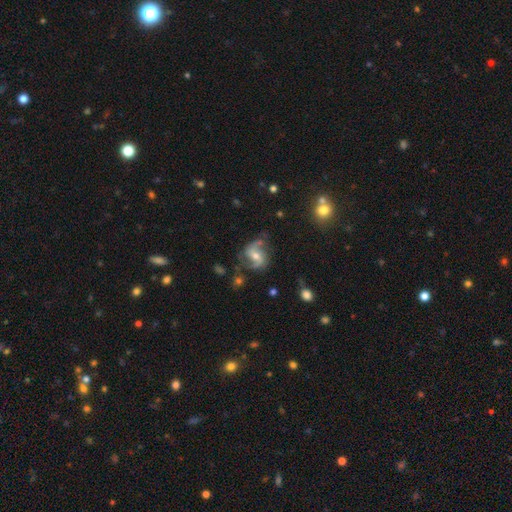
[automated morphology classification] Overall: featured or disk (83%). Edge-on disk: no (97%). Bar: weak (44%; no 37%). Spiral arms: yes (95%). Spiral arm count: 2 (89%). Spiral winding: loose (45%; medium 43%). Bulge size: moderate (61%; small 33%). Merging: none (65%).